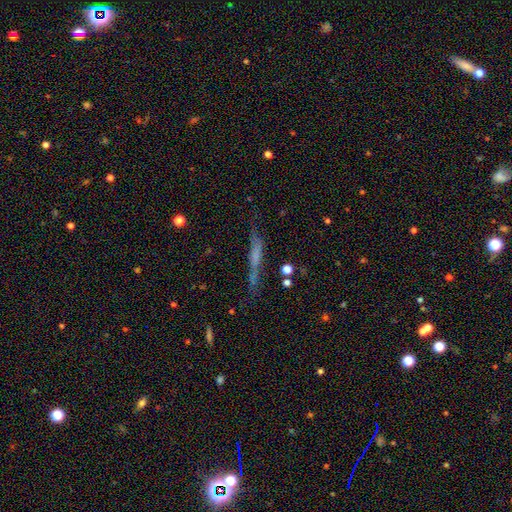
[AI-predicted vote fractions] A featured or disk galaxy (48%). Merging: none (58%).